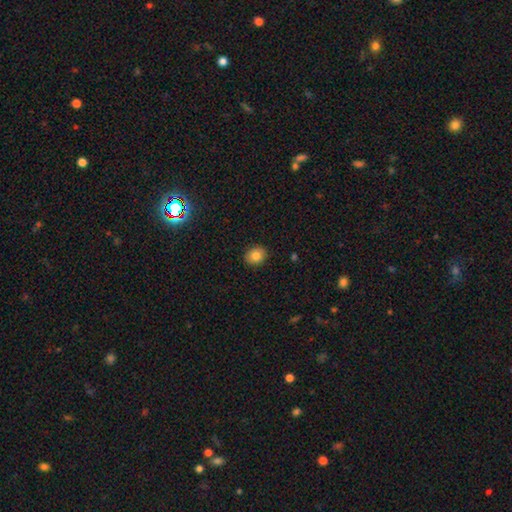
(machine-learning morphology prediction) This appears to be a smooth galaxy with no disk features (82%) that is round (63%). Merging: none (90%).